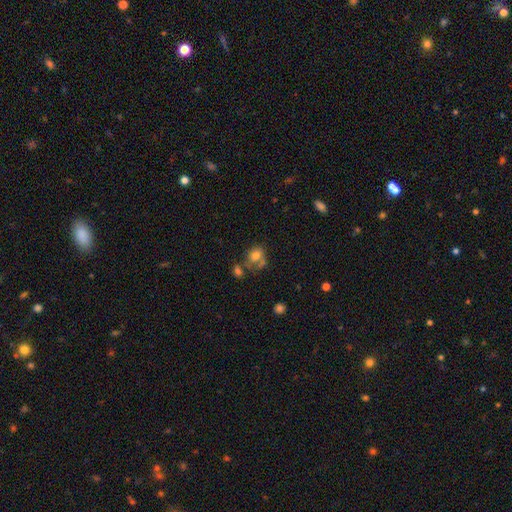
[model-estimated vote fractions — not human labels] Overall: smooth (69%). How rounded: in between (50%; round 49%). Merging: none (36%; merger 31%).